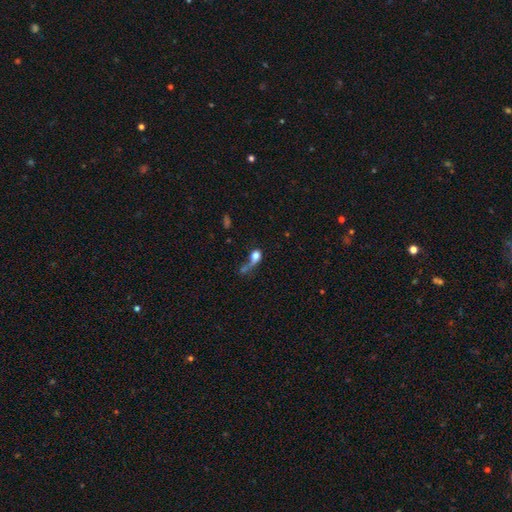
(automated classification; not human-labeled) Smooth or featured? Predicted: smooth (p=0.64). How rounded? Predicted: in between (p=0.49). Merging? Predicted: major disturbance (p=0.38).